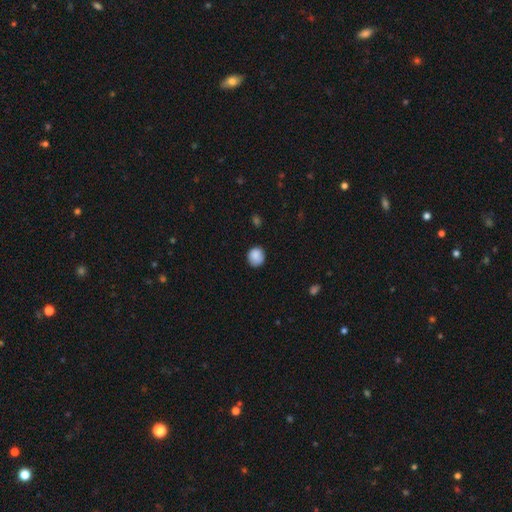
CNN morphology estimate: smooth-or-featured: smooth: 86% | star or artifact: 8% | featured or disk: 5%
  how-rounded: round: 81% | in between: 19% | cigar-shaped: 1%
  merging: none: 79% | minor disturbance: 17% | major disturbance: 3% | merger: 1%